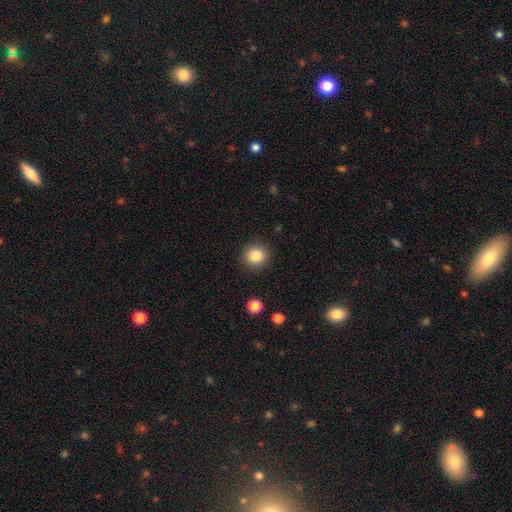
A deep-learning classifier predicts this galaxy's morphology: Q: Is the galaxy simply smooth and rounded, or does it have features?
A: smooth — 84%.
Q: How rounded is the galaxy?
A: round — 89%.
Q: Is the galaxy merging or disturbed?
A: none — 89%.